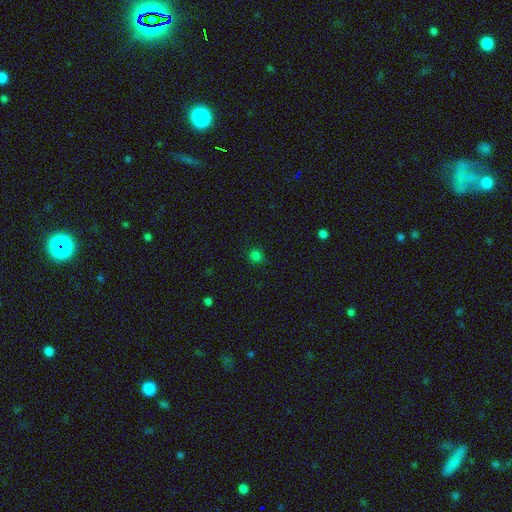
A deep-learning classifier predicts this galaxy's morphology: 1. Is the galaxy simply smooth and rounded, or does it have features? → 78% smooth, 18% star or artifact, 3% featured or disk.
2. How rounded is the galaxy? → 89% round, 10% in between, 1% cigar-shaped.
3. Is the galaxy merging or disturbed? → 88% none, 8% minor disturbance, 2% major disturbance, 1% merger.